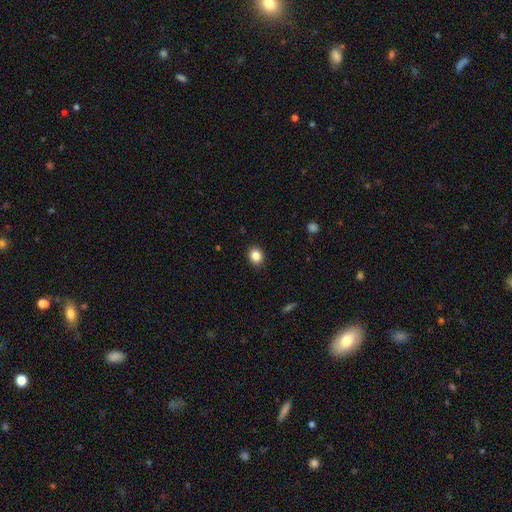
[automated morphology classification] smooth 85%, star or artifact 10%, featured or disk 4%. Down the decision tree: how rounded — round (65%); merging — none (90%).